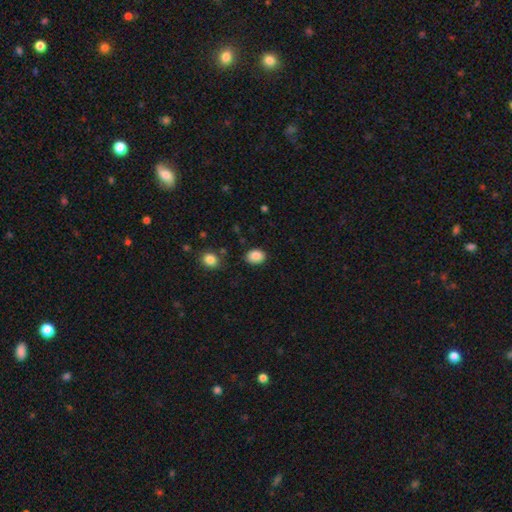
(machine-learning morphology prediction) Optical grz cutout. It shows a smooth galaxy with no disk features (87%) that is in between round and cigar-shaped (67%). Merging: none (83%).